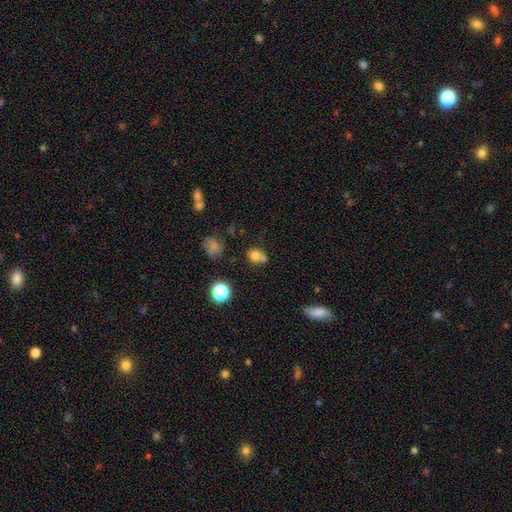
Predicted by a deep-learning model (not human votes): Smooth or featured: smooth — 74% (star or artifact — 16%)
How rounded: round — 63% (in between — 36%)
Merging: none — 43% (merger — 36%)